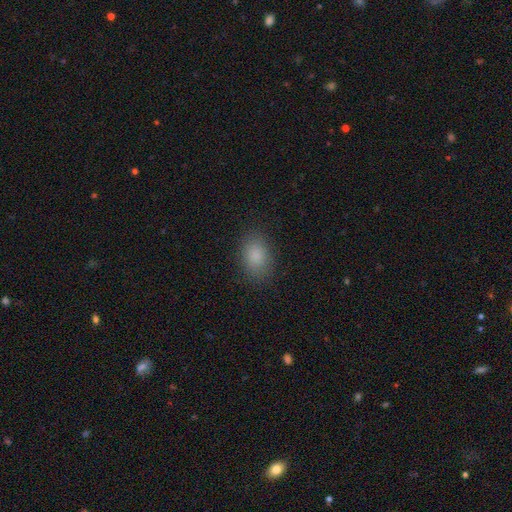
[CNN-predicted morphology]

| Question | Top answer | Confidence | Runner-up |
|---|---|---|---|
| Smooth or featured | smooth | 85% | star or artifact (10%) |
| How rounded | in between | 79% | round (20%) |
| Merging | none | 85% | minor disturbance (11%) |